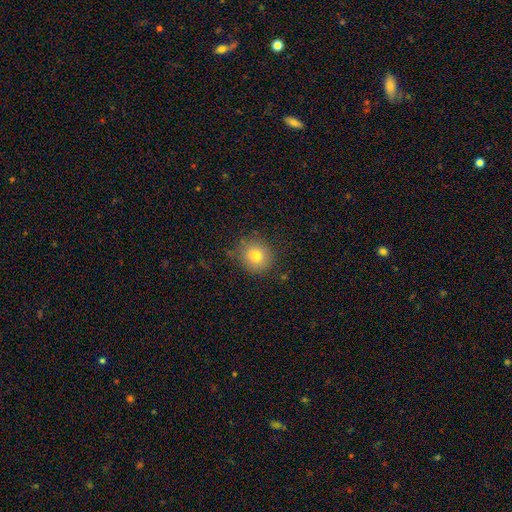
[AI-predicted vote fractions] smooth_or_featured: smooth (p=0.79) [alt: star or artifact p=0.12]
how_rounded: round (p=0.85) [alt: in between p=0.14]
merging: none (p=0.83) [alt: minor disturbance p=0.12]